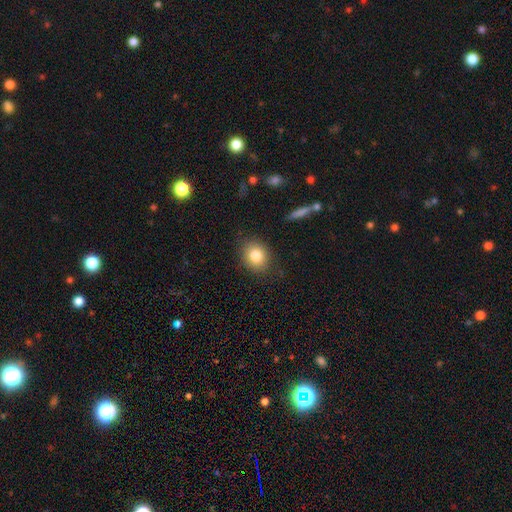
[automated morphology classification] smooth-or-featured: smooth: 82% | star or artifact: 10% | featured or disk: 8%
  how-rounded: round: 67% | in between: 32% | cigar-shaped: 1%
  merging: none: 85% | minor disturbance: 11% | major disturbance: 3% | merger: 1%